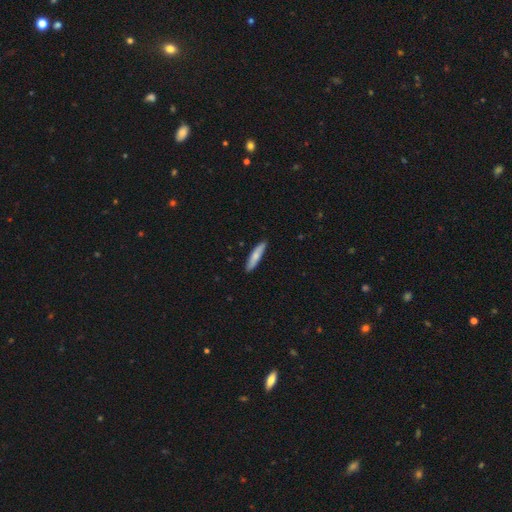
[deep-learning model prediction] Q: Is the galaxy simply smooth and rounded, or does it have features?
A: smooth — 74%.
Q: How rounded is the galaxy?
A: cigar-shaped — 87%.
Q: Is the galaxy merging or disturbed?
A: none — 89%.